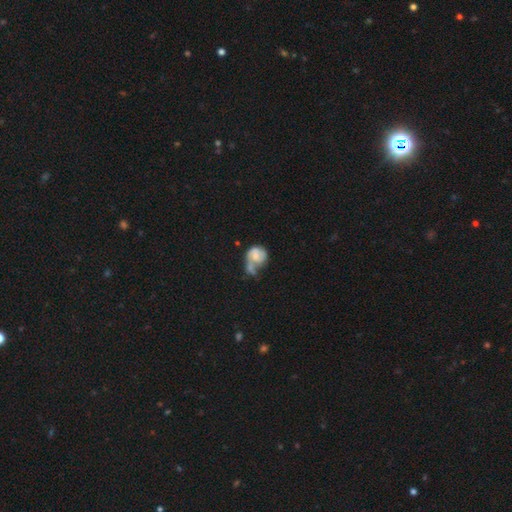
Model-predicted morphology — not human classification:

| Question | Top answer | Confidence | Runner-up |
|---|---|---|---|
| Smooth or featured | featured or disk | 49% | smooth (43%) |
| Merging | major disturbance | 30% | merger (24%) |